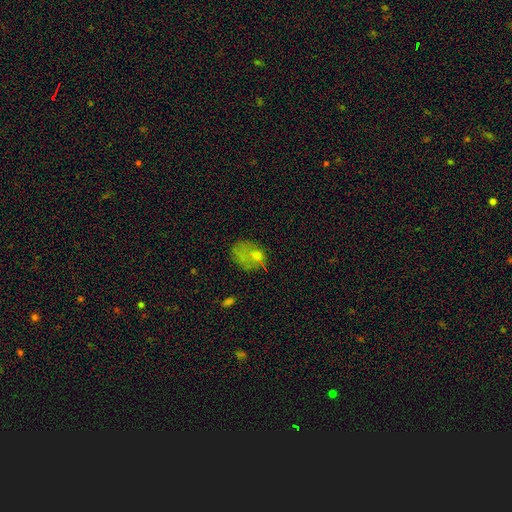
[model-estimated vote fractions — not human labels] Overall: smooth (56%; featured or disk 28%). How rounded: in between (64%; round 34%). Merging: major disturbance (35%; none 34%).